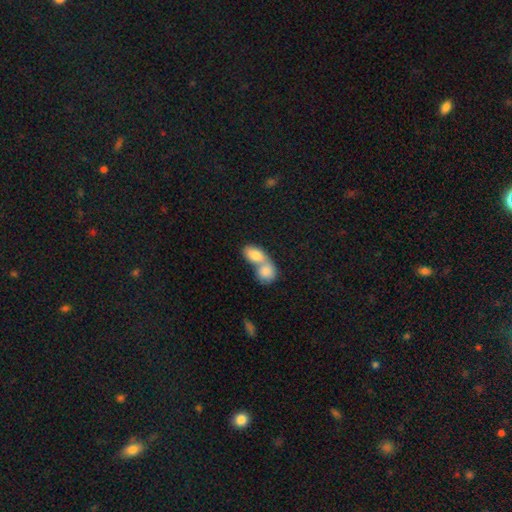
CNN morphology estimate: Smooth or featured? Predicted: smooth (p=0.80). How rounded? Predicted: in between (p=0.78). Merging? Predicted: merger (p=0.77).